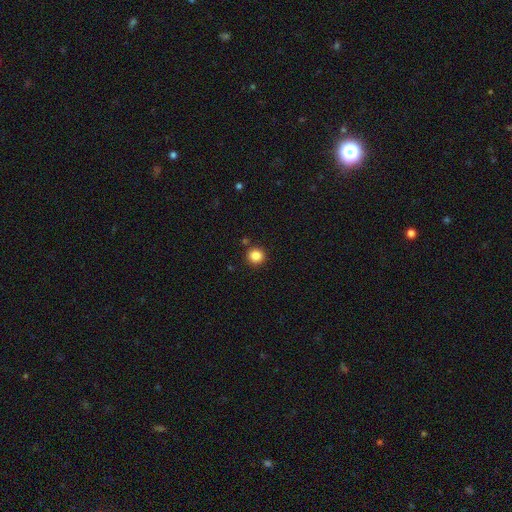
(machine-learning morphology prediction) The model was most divided on "smooth or featured": smooth: 86%, star or artifact: 11%, featured or disk: 3%. More confident: how rounded — round (94%); merging — none (88%).